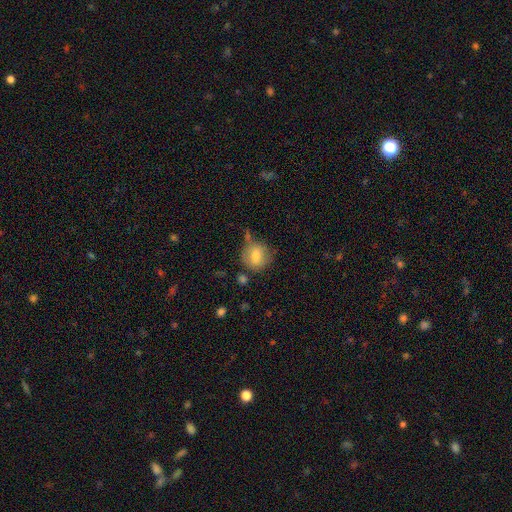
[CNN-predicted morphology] Overall: smooth (76%). How rounded: round (86%). Merging: none (69%).